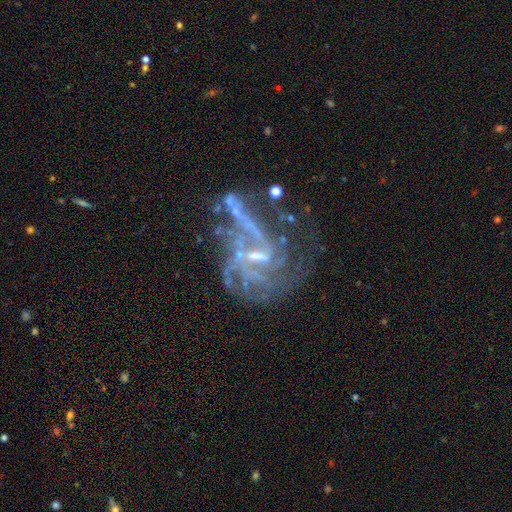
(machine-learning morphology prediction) The model was most divided on "merging": major disturbance: 38%, none: 35%, minor disturbance: 16%, merger: 11%. Remaining: edge-on disk — no (97%); spiral arms — yes (84%); smooth or featured — featured or disk (83%); bulge size — small (50%); bar — weak (46%); spiral winding — medium (43%); spiral arm count — can't tell (34%).